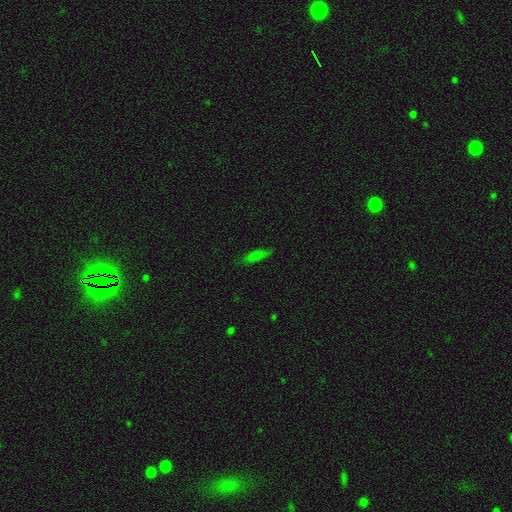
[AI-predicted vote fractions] The model was most divided on "how rounded": cigar-shaped: 59%, in between: 38%, round: 3%. More confident: merging — none (78%); smooth or featured — smooth (76%).